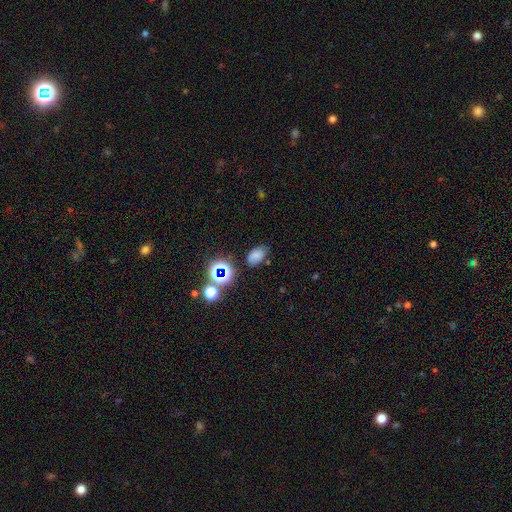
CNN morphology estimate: Smooth or featured? Predicted: smooth (p=0.70). How rounded? Predicted: in between (p=0.87). Merging? Predicted: none (p=0.76).